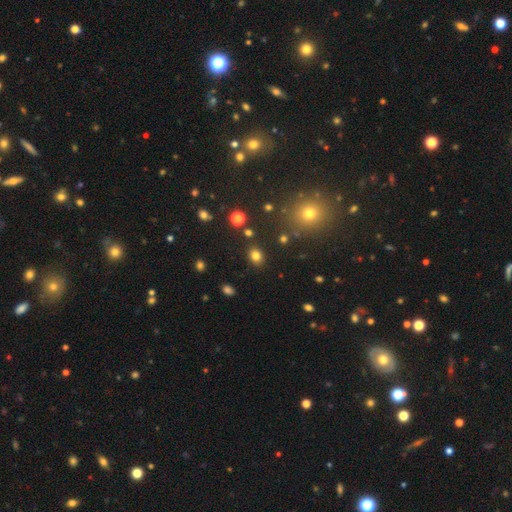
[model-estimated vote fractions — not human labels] Smooth or featured?
  - smooth: 80% *
  - star or artifact: 14%
  - featured or disk: 6%
How rounded?
  - round: 50% *
  - in between: 49%
  - cigar-shaped: 1%
Merging?
  - none: 86% *
  - minor disturbance: 8%
  - merger: 3%
  - major disturbance: 3%